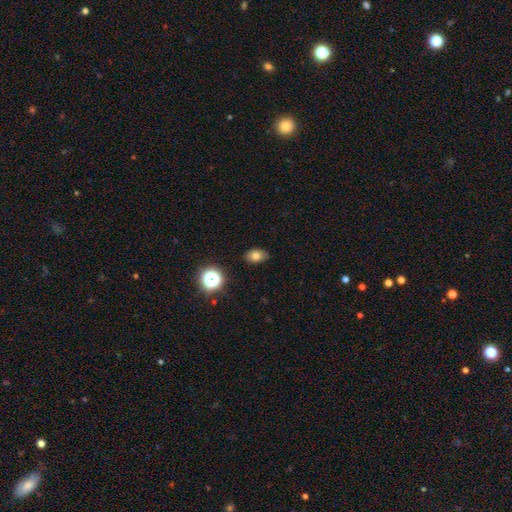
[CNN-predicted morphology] smooth_or_featured: smooth (p=0.76) [alt: star or artifact p=0.14]
how_rounded: in between (p=0.80) [alt: round p=0.19]
merging: none (p=0.86) [alt: minor disturbance p=0.11]